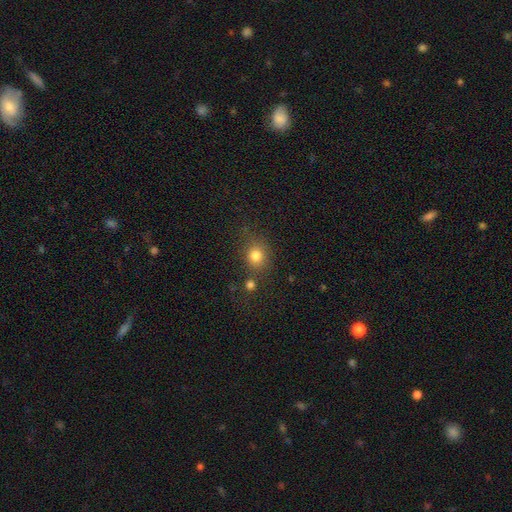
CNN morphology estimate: A smooth galaxy with no disk features (79%) that is round (74%). Merging: none (67%).